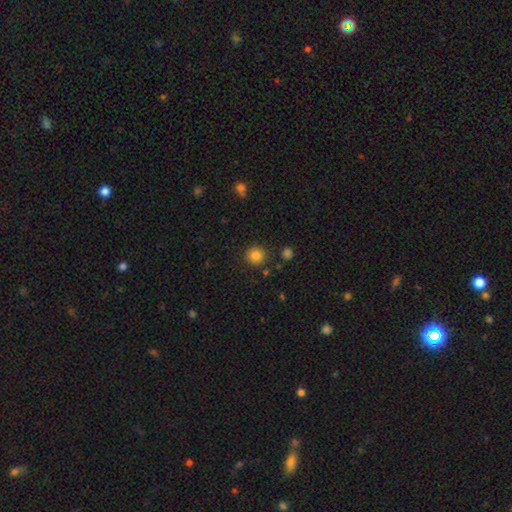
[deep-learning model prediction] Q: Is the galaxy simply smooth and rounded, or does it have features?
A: smooth — 84%.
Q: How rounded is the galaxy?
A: round — 92%.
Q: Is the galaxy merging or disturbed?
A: none — 86%.